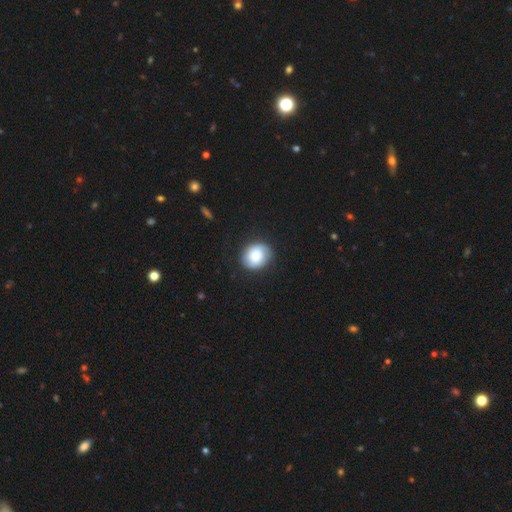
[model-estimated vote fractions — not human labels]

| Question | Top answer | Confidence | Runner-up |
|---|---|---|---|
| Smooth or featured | smooth | 69% | featured or disk (23%) |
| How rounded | round | 67% | in between (33%) |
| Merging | none | 81% | minor disturbance (14%) |